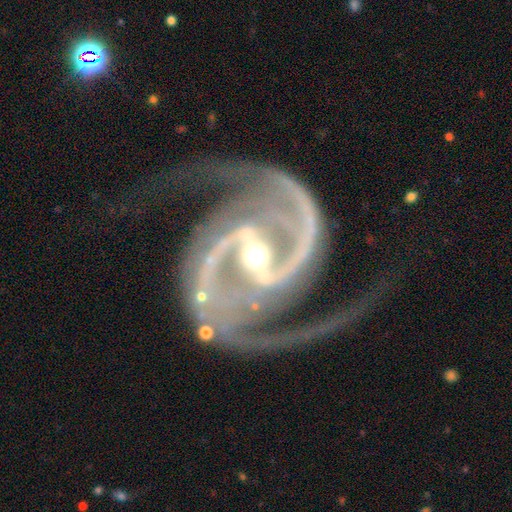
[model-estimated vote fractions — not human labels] Morphology: type=featured or disk (94%); edge-on=no (98%); bar=strong (72%); spiral arms=yes (98%); winding=medium (56%); arm count=2 (88%); bulge=moderate (56%); merging=none (53%).